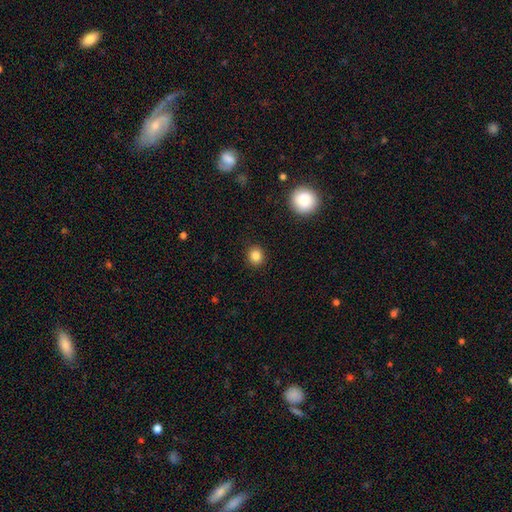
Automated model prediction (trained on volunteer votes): This appears to be a smooth galaxy with no disk features (84%) that is round (83%). Merging: none (91%).